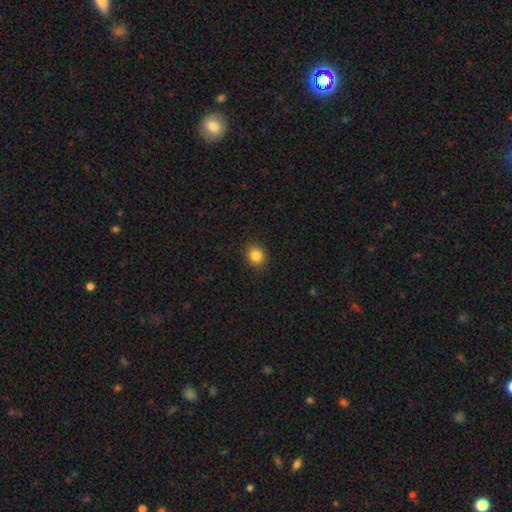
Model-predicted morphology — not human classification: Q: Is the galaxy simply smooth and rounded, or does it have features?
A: smooth — 84%.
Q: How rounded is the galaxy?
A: round — 75%.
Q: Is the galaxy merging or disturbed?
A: none — 88%.